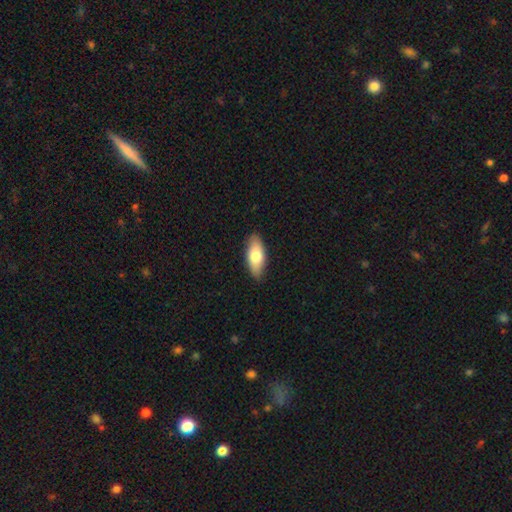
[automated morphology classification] This appears to be a smooth galaxy with no disk features (74%) that is in between round and cigar-shaped (82%). Merging: none (87%).